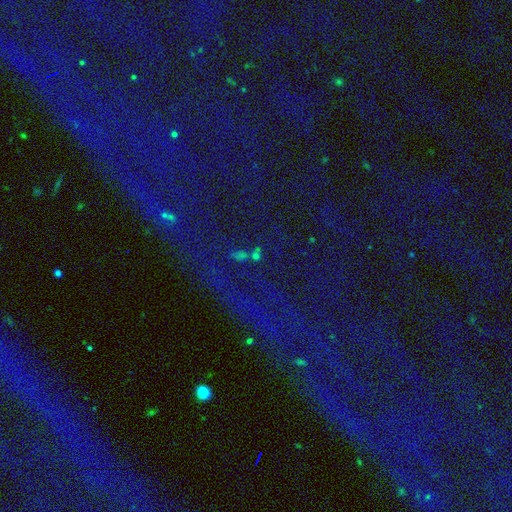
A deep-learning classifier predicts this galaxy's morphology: smooth-or-featured: star or artifact: 53% | smooth: 36% | featured or disk: 12%